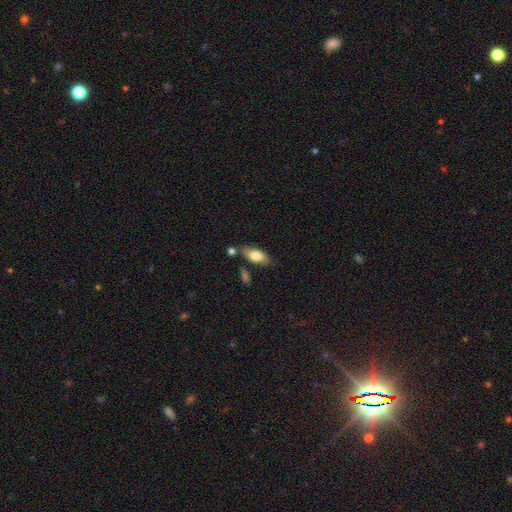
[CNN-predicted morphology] Smooth or featured: smooth — 77% (featured or disk — 17%)
How rounded: in between — 86% (cigar-shaped — 11%)
Merging: none — 73% (minor disturbance — 15%)